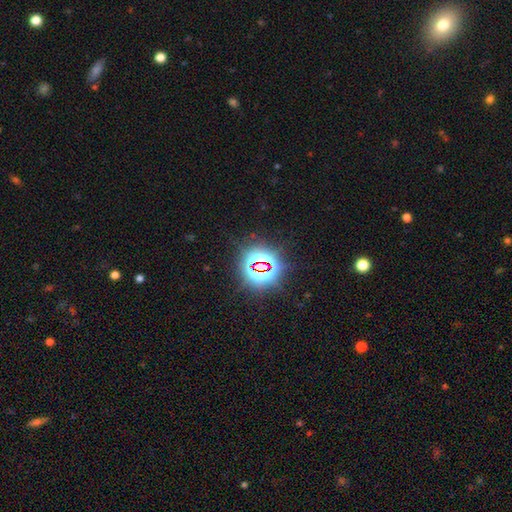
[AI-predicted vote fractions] Smooth or featured: star or artifact — 77% (smooth — 15%)